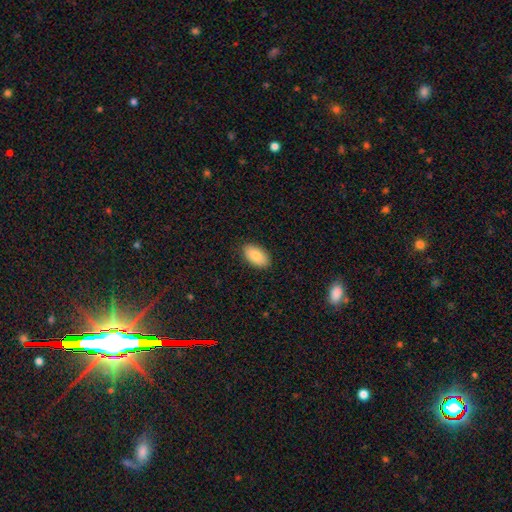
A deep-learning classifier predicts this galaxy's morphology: Q: Smooth or featured?
A: smooth (87%); runner-up: featured or disk (7%)
Q: How rounded?
A: in between (95%); runner-up: round (4%)
Q: Merging?
A: none (89%); runner-up: minor disturbance (8%)